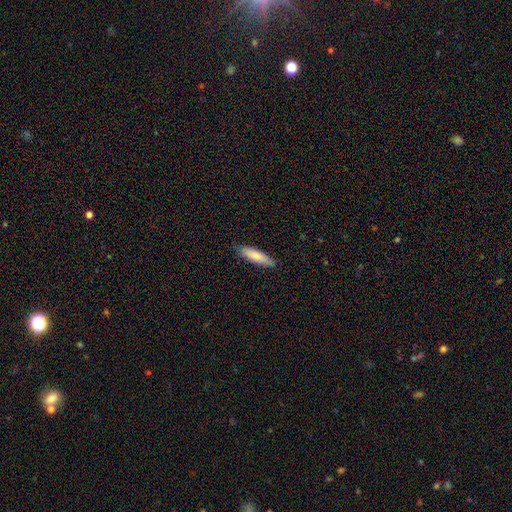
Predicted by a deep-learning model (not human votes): Q: Smooth or featured?
A: smooth (80%); runner-up: featured or disk (15%)
Q: How rounded?
A: cigar-shaped (70%); runner-up: in between (29%)
Q: Merging?
A: none (86%); runner-up: minor disturbance (11%)